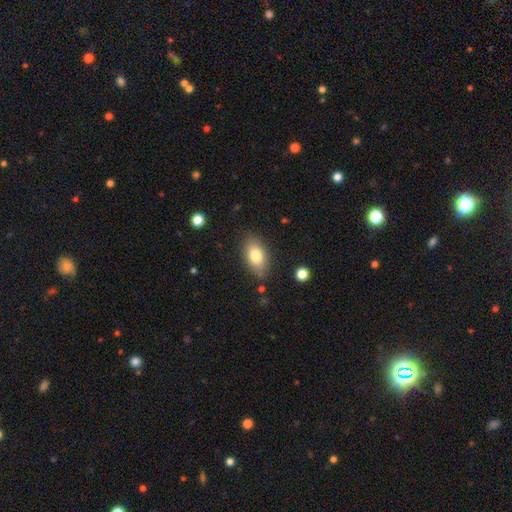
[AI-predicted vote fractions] The model was most divided on "smooth or featured": smooth: 79%, featured or disk: 13%, star or artifact: 8%. More confident: how rounded — in between (89%); merging — none (81%).